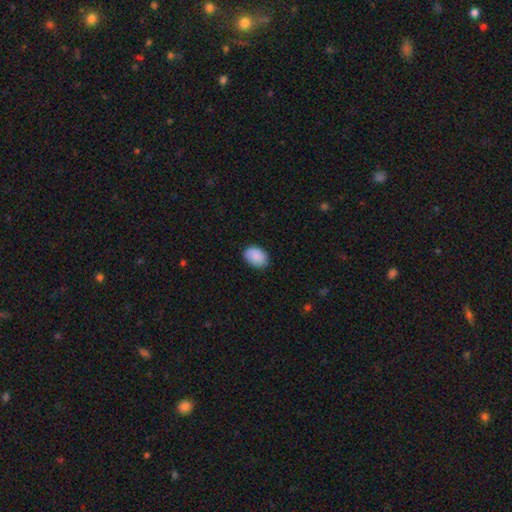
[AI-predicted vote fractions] A smooth galaxy with no disk features (89%) that is in between round and cigar-shaped (83%).

Vote fractions:
- Smooth or featured? smooth: 89% / star or artifact: 7% / featured or disk: 4%
- How rounded? in between: 83% / round: 16% / cigar-shaped: 1%
- Merging? none: 82% / minor disturbance: 14% / major disturbance: 2% / merger: 1%